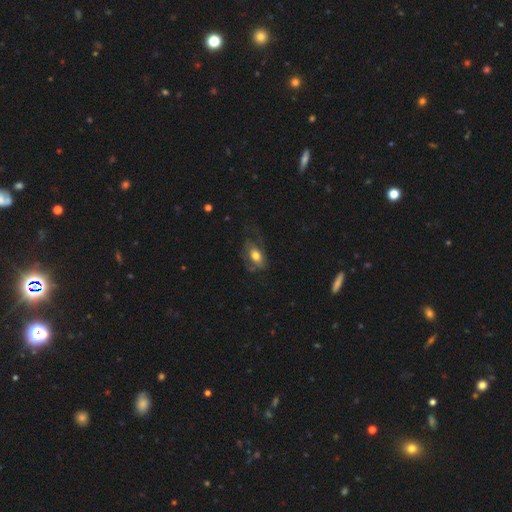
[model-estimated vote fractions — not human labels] Smooth or featured: smooth — 55% (featured or disk — 37%)
How rounded: in between — 86% (round — 11%)
Merging: none — 39% (major disturbance — 34%)